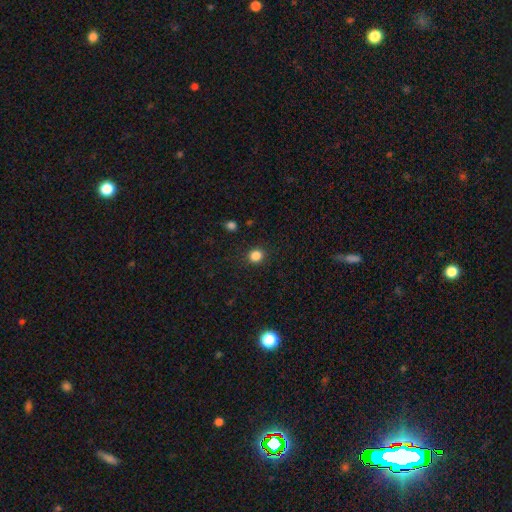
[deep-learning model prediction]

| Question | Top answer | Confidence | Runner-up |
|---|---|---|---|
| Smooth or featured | smooth | 84% | star or artifact (12%) |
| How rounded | round | 84% | in between (15%) |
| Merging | none | 90% | minor disturbance (7%) |